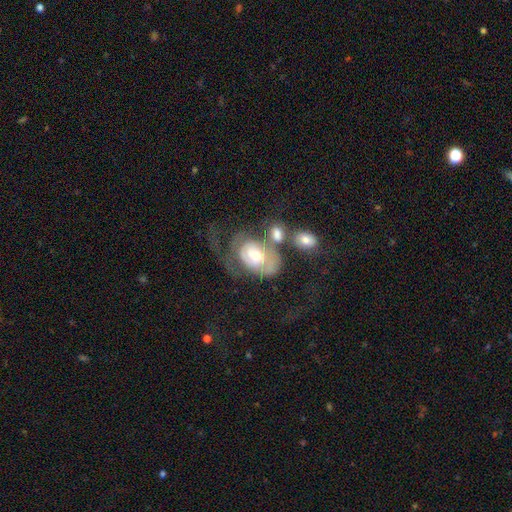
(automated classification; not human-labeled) Smooth or featured: featured or disk — 59% (smooth — 33%)
Edge-on disk: no — 95% (yes — 5%)
Bar: no — 74% (weak — 21%)
Spiral arms: yes — 62% (no — 38%)
Bulge size: moderate — 64% (small — 21%)
Merging: major disturbance — 36% (merger — 26%)